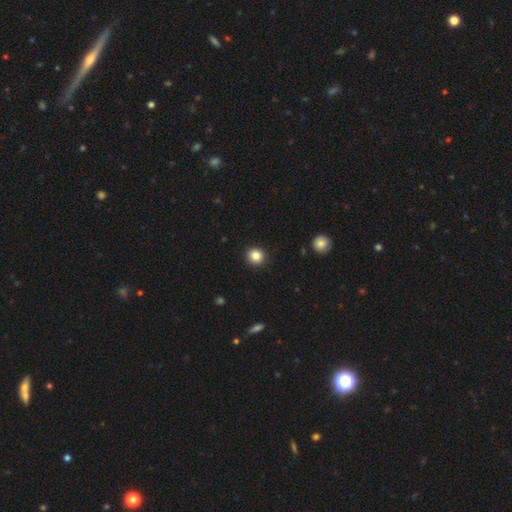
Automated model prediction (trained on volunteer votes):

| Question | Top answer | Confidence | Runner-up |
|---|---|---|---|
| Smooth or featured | smooth | 85% | star or artifact (10%) |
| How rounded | round | 89% | in between (10%) |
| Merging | none | 92% | minor disturbance (5%) |